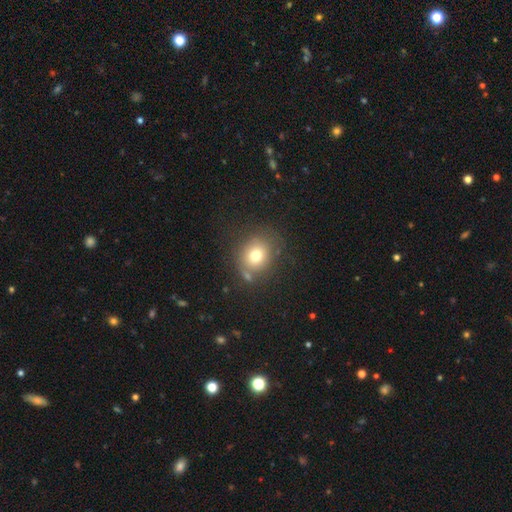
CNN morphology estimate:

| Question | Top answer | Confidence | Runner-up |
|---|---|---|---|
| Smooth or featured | smooth | 74% | featured or disk (14%) |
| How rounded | round | 70% | in between (29%) |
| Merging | none | 70% | minor disturbance (15%) |